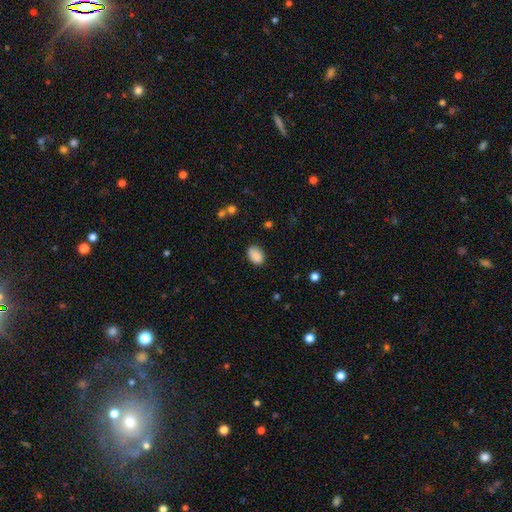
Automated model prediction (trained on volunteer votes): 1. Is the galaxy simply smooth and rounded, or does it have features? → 87% smooth, 8% star or artifact, 5% featured or disk.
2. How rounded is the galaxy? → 82% in between, 17% round, 1% cigar-shaped.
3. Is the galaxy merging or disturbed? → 80% none, 15% minor disturbance, 3% major disturbance, 1% merger.